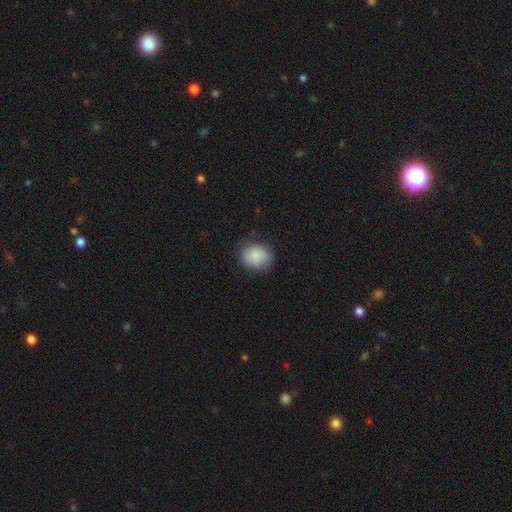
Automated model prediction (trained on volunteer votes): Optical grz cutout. It shows a smooth galaxy with no disk features (86%) that is round (67%). Merging: none (78%).